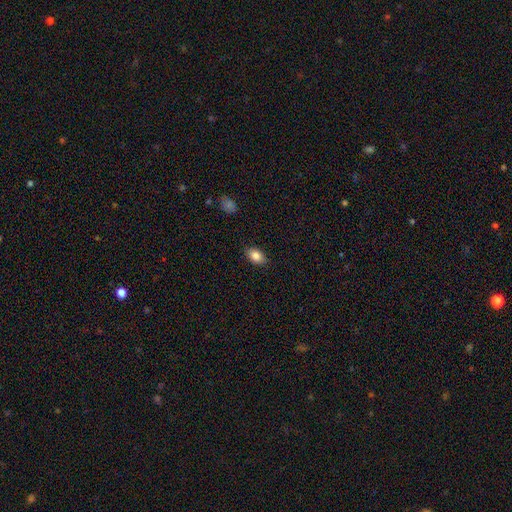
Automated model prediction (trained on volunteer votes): Smooth or featured? Predicted: smooth (p=0.85). How rounded? Predicted: in between (p=0.87). Merging? Predicted: none (p=0.85).